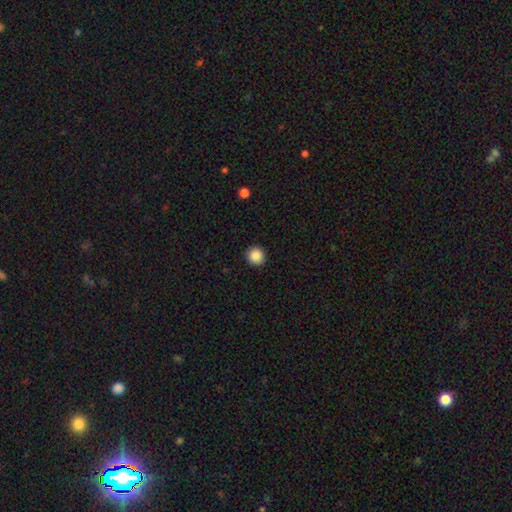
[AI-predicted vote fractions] A smooth galaxy with no disk features (88%) that is round (94%).

Vote fractions:
- Smooth or featured? smooth: 88% / star or artifact: 9% / featured or disk: 3%
- How rounded? round: 94% / in between: 5% / cigar-shaped: 1%
- Merging? none: 92% / minor disturbance: 5% / major disturbance: 2% / merger: 1%